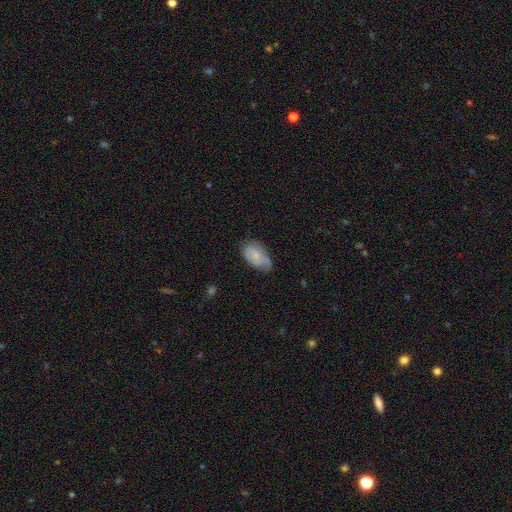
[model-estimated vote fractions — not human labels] Smooth or featured?
  - smooth: 62% *
  - featured or disk: 31%
  - star or artifact: 7%
How rounded?
  - in between: 93% *
  - round: 6%
  - cigar-shaped: 2%
Merging?
  - none: 53% *
  - minor disturbance: 35%
  - major disturbance: 9%
  - merger: 2%